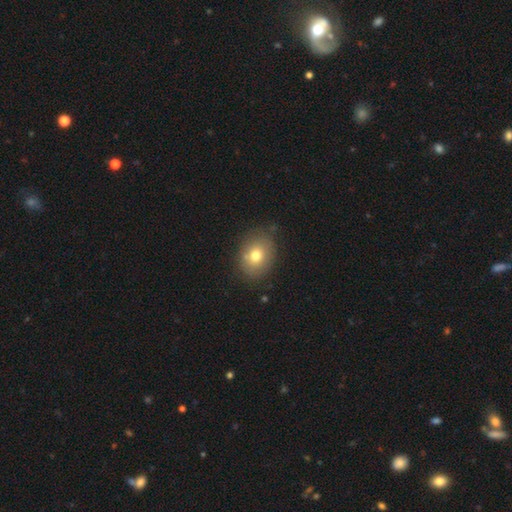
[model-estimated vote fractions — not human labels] A smooth galaxy with no disk features (74%) that is in between round and cigar-shaped (58%).

Vote fractions:
- Smooth or featured? smooth: 74% / featured or disk: 15% / star or artifact: 10%
- How rounded? in between: 58% / round: 41% / cigar-shaped: 1%
- Merging? none: 78% / minor disturbance: 15% / major disturbance: 4% / merger: 3%